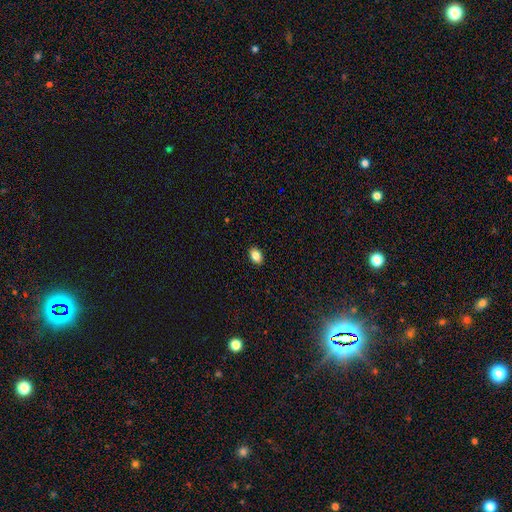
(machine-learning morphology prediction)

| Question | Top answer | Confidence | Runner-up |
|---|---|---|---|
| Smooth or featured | smooth | 86% | star or artifact (9%) |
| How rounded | in between | 83% | round (15%) |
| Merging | none | 90% | minor disturbance (7%) |